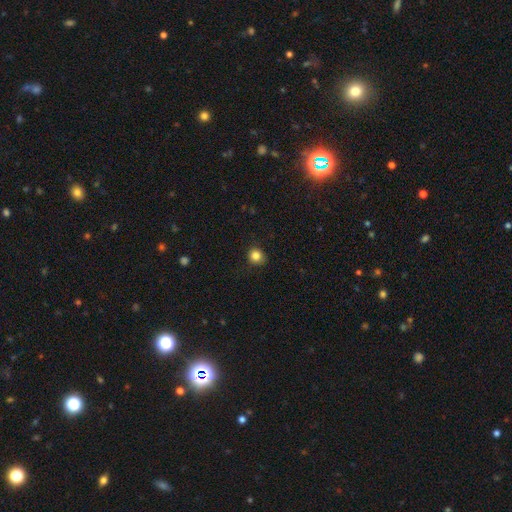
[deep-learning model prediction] Morphology: type=smooth (84%); roundness=round (87%); merging=none (86%).